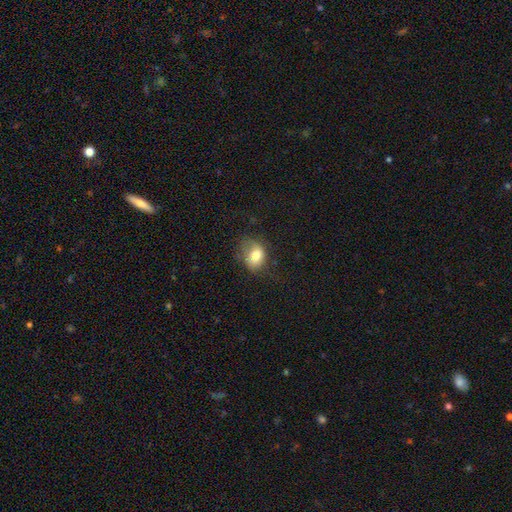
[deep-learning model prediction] The model was most divided on "merging": none: 50%, minor disturbance: 30%, major disturbance: 17%, merger: 3%. More confident: smooth or featured — smooth (77%); how rounded — in between (64%).